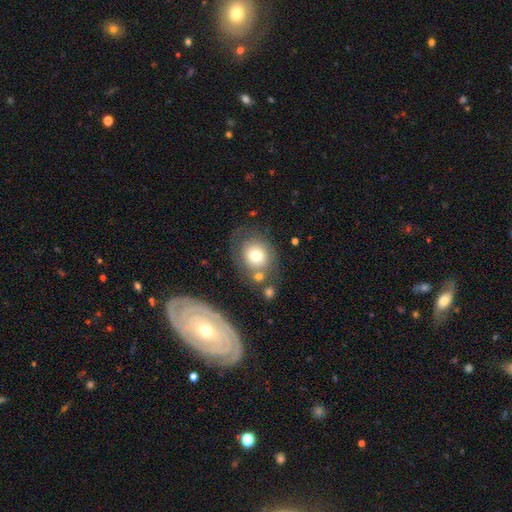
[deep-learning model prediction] Overall: smooth (65%; featured or disk 26%). How rounded: round (63%; in between 36%). Merging: none (57%; minor disturbance 17%).